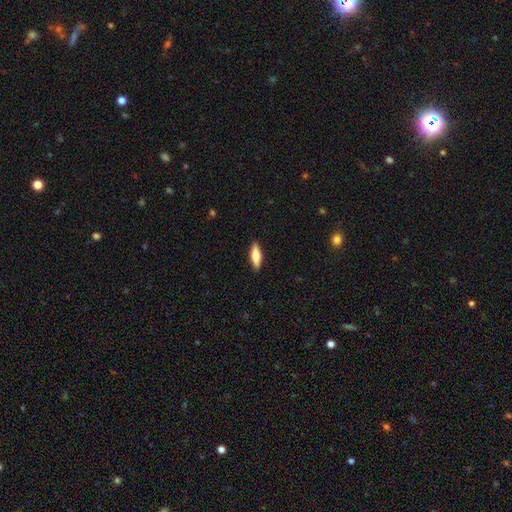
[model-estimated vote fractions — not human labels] smooth_or_featured: smooth (p=0.65) [alt: featured or disk p=0.29]
how_rounded: cigar-shaped (p=0.49) [alt: in between p=0.48]
merging: none (p=0.90) [alt: minor disturbance p=0.07]